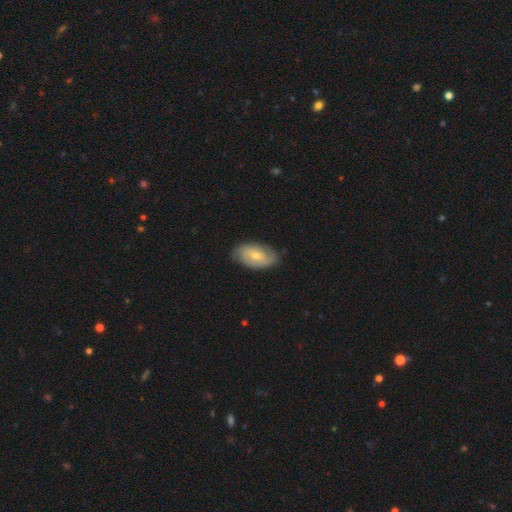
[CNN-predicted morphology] smooth_or_featured: featured or disk (p=0.50) [alt: smooth p=0.44]
disk_edge_on: no (p=0.92) [alt: yes p=0.08]
merging: none (p=0.76) [alt: minor disturbance p=0.20]